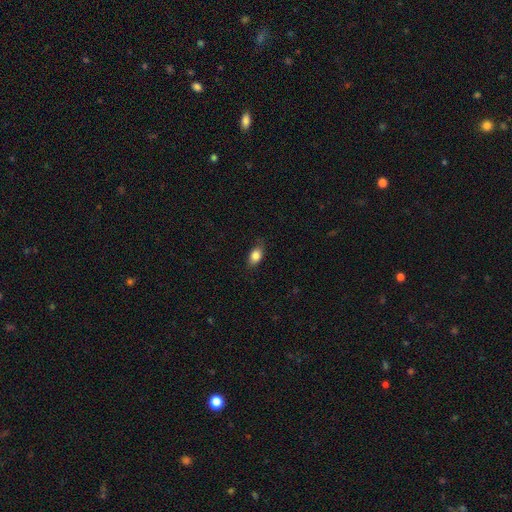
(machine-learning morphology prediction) type=smooth (84%); roundness=in between (84%); merging=none (78%).